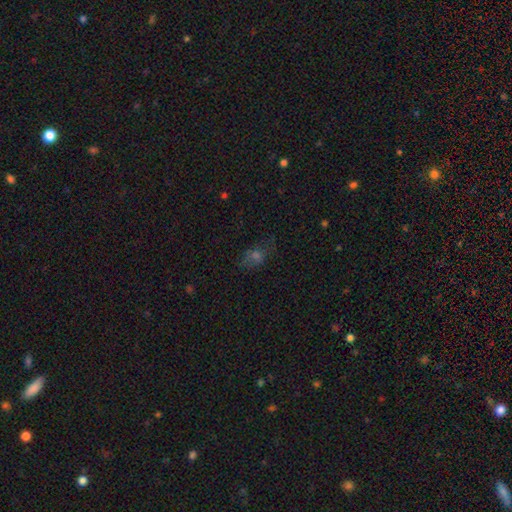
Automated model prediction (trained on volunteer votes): Morphology: type=smooth (45%); merging=none (68%).